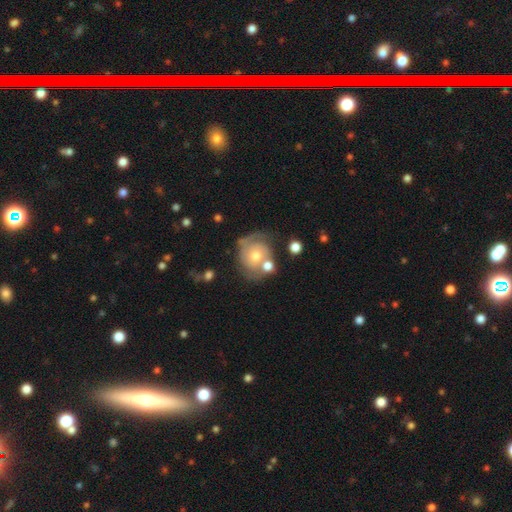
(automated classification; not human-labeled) This is likely a featured or disk galaxy (72%). It is clearly not viewed edge-on (98%). Bar: likely no (77%). Spiral arm pattern: clearly yes (88%). Spiral arm count: possibly 2 (57%). Spiral winding: possibly tight (51%). Central bulge: likely moderate (64%). Merging: possibly none (50%).